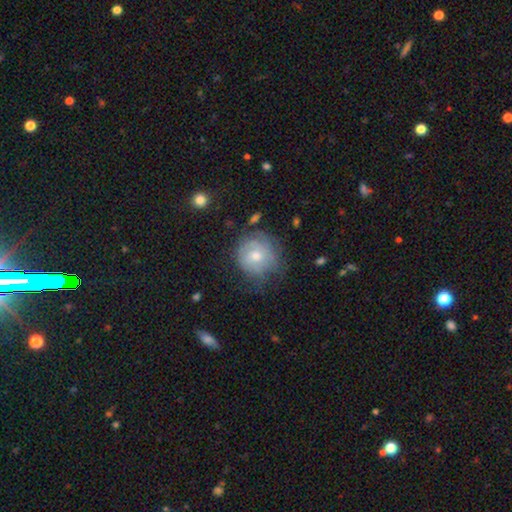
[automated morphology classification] Smooth or featured?
  - featured or disk: 52% *
  - smooth: 38%
  - star or artifact: 9%
Edge-on disk?
  - no: 97% *
  - yes: 3%
Bar?
  - no: 78% *
  - weak: 19%
  - strong: 3%
Spiral arms?
  - yes: 73% *
  - no: 27%
Bulge size?
  - moderate: 59% *
  - small: 36%
  - large: 3%
  - none: 1%
  - dominant: 1%
Merging?
  - none: 62% *
  - minor disturbance: 25%
  - major disturbance: 11%
  - merger: 2%